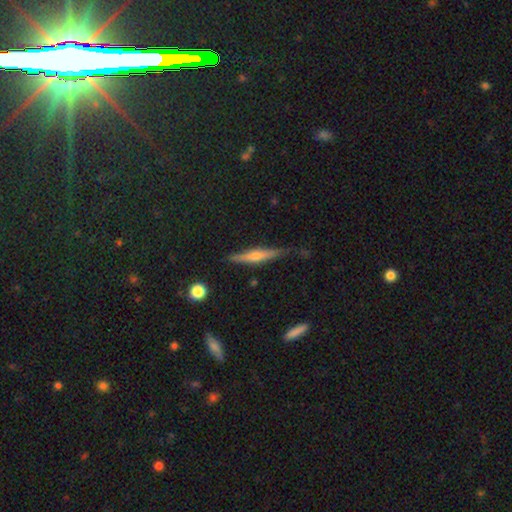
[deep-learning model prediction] A featured or disk galaxy (61%) viewed edge-on (96%) with a rounded central bulge (76%). Merging: none (79%).